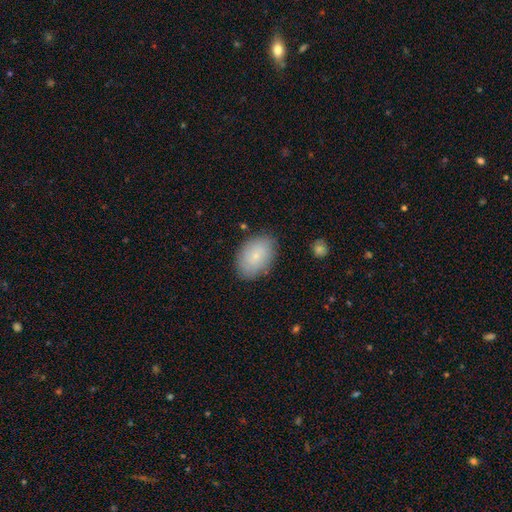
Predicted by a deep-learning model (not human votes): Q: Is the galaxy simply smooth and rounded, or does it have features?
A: smooth — 73%.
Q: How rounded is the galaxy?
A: in between — 86%.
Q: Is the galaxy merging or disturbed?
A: none — 82%.